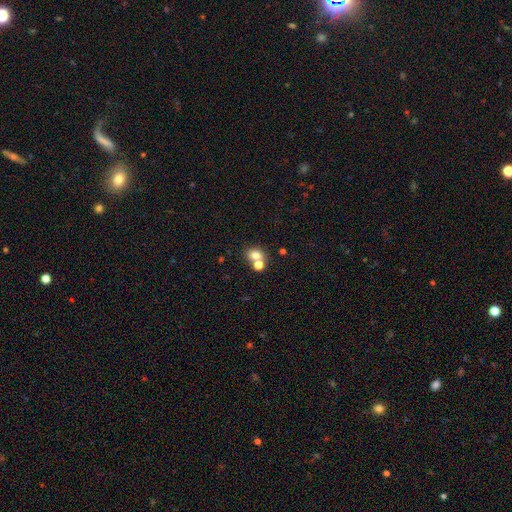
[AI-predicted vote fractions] This is likely a smooth galaxy (75%). How rounded: possibly round (58%). Merging: marginally none (45%).